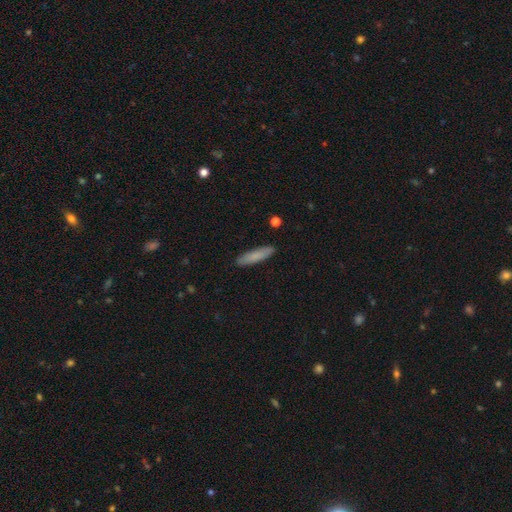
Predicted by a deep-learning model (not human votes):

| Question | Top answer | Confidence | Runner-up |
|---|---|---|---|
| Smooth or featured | smooth | 81% | featured or disk (13%) |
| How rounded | cigar-shaped | 80% | in between (19%) |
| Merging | none | 90% | minor disturbance (8%) |